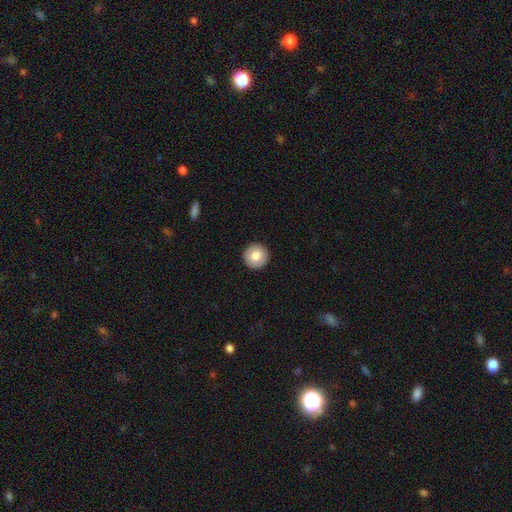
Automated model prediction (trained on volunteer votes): Smooth or featured?
  - smooth: 81% *
  - featured or disk: 11%
  - star or artifact: 7%
How rounded?
  - round: 96% *
  - in between: 3%
  - cigar-shaped: 1%
Merging?
  - none: 93% *
  - minor disturbance: 5%
  - major disturbance: 1%
  - merger: 1%